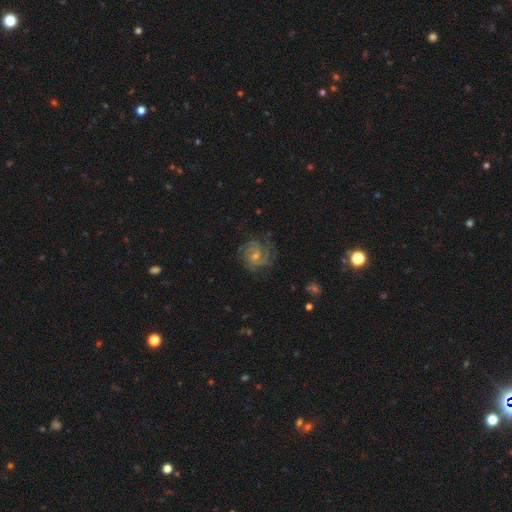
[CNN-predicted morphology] A featured or disk galaxy (83%) with no bar (60%), 2 (29%) tight (61%) spiral arms (96%) and a small central bulge (60%).

Vote fractions:
- Smooth or featured? featured or disk: 83% / smooth: 11% / star or artifact: 7%
- Edge-on disk? no: 98% / yes: 2%
- Bar? no: 60% / weak: 34% / strong: 6%
- Spiral arms? yes: 96% / no: 4%
- Spiral winding? tight: 61% / medium: 32% / loose: 7%
- Spiral arm count? 2: 29% / 3: 27% / can't tell: 23% / 4: 10% / 1: 6% / more than 4: 6%
- Bulge size? small: 60% / moderate: 35% / none: 3% / large: 2% / dominant: 1%
- Merging? none: 72% / minor disturbance: 17% / major disturbance: 9% / merger: 1%